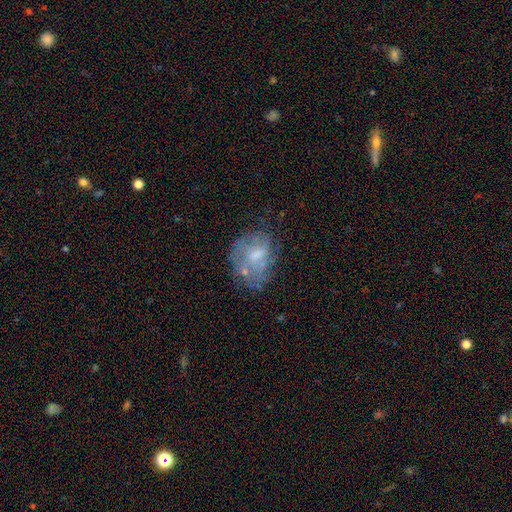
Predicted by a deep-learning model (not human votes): Smooth or featured?
  - featured or disk: 53% *
  - smooth: 37%
  - star or artifact: 10%
Edge-on disk?
  - no: 97% *
  - yes: 3%
Bar?
  - no: 58% *
  - weak: 36%
  - strong: 6%
Spiral arms?
  - no: 64% *
  - yes: 36%
Bulge size?
  - moderate: 40% *
  - small: 33%
  - none: 21%
  - large: 4%
  - dominant: 1%
Merging?
  - none: 46% *
  - minor disturbance: 26%
  - major disturbance: 22%
  - merger: 7%